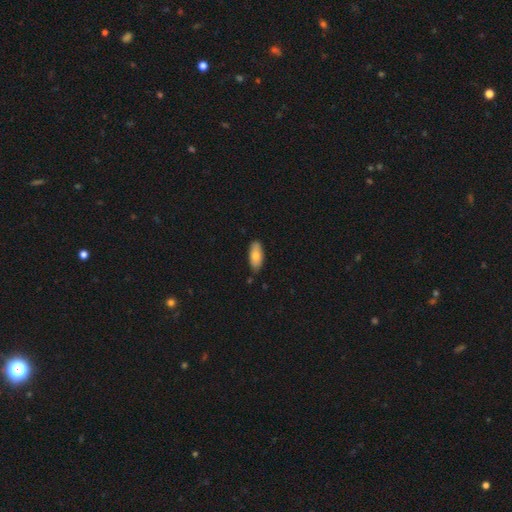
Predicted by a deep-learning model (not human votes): smooth_or_featured: smooth (p=0.78) [alt: featured or disk p=0.15]
how_rounded: in between (p=0.85) [alt: cigar-shaped p=0.13]
merging: none (p=0.80) [alt: minor disturbance p=0.16]